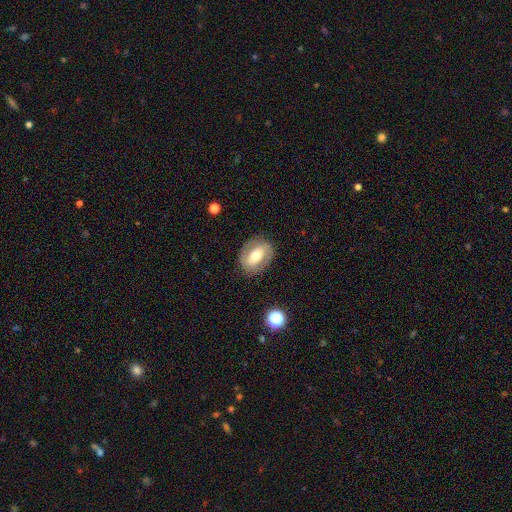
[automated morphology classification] A featured or disk galaxy (53%). Merging: none (83%).